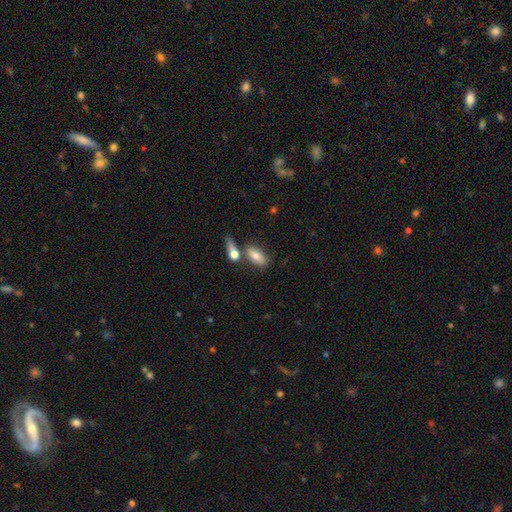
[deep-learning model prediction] Smooth or featured? smooth (70%)
How rounded? in between (80%)
Merging? none (53%)